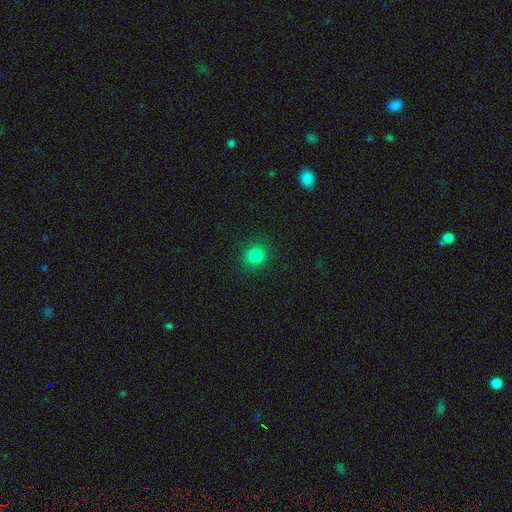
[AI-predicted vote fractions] Q: Smooth or featured?
A: smooth (82%); runner-up: star or artifact (13%)
Q: How rounded?
A: round (84%); runner-up: in between (15%)
Q: Merging?
A: none (90%); runner-up: minor disturbance (7%)